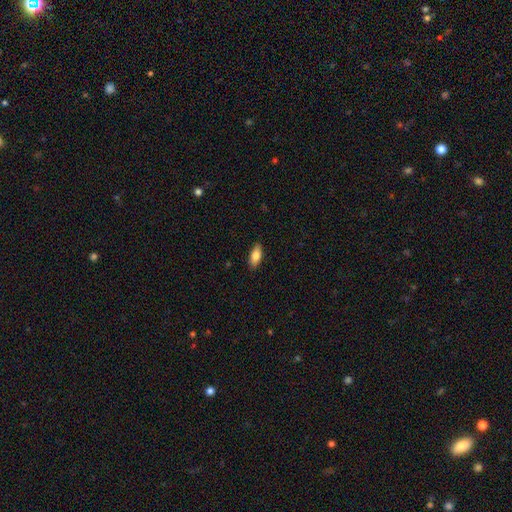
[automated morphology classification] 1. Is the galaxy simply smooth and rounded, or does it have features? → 80% smooth, 14% featured or disk, 6% star or artifact.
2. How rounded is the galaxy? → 81% in between, 16% cigar-shaped, 2% round.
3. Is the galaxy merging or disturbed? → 88% none, 9% minor disturbance, 2% major disturbance, 1% merger.